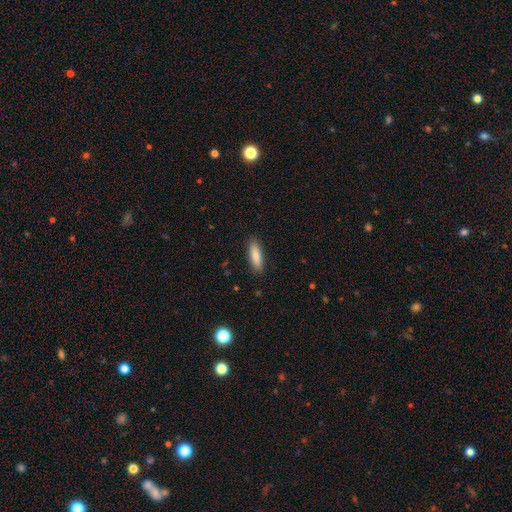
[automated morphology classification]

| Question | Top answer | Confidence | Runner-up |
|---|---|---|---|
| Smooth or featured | smooth | 84% | featured or disk (10%) |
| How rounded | cigar-shaped | 53% | in between (45%) |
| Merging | none | 89% | minor disturbance (8%) |